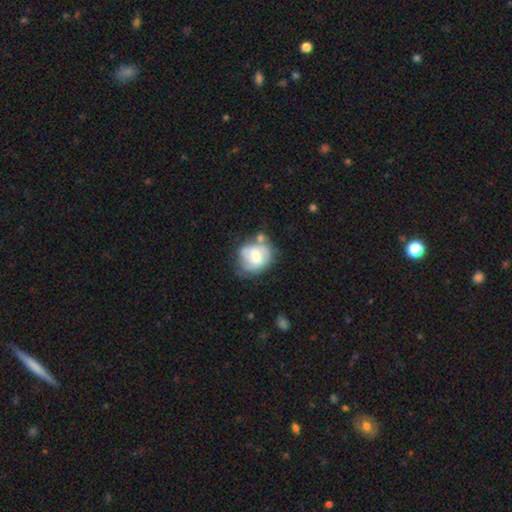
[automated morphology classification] Smooth or featured? featured or disk (52%)
Edge-on disk? no (97%)
Bar? no (52%)
Spiral arms? yes (66%)
Bulge size? moderate (60%)
Merging? none (44%)